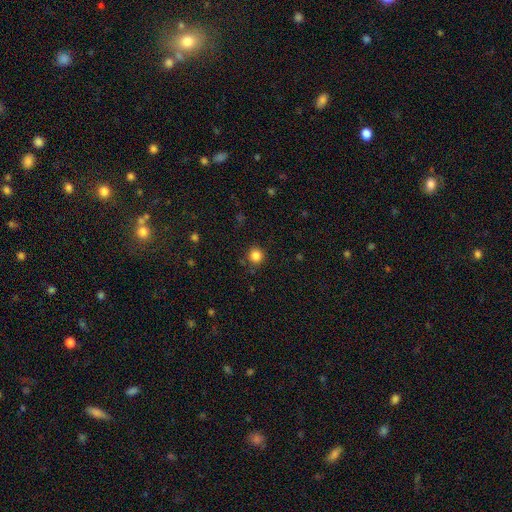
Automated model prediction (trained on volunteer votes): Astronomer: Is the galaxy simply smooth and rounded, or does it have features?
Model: smooth — 84%.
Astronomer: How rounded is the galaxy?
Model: round — 92%.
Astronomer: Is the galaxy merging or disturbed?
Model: none — 87%.